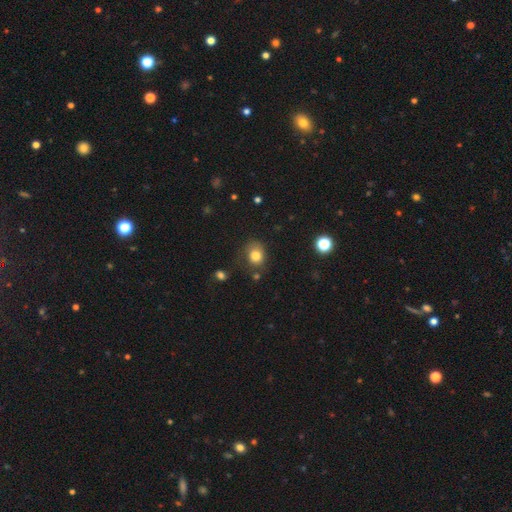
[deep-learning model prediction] Q: Smooth or featured?
A: smooth (80%); runner-up: star or artifact (12%)
Q: How rounded?
A: round (61%); runner-up: in between (38%)
Q: Merging?
A: none (69%); runner-up: minor disturbance (20%)